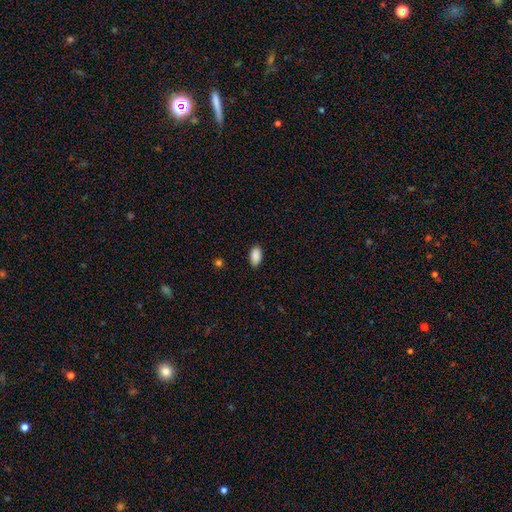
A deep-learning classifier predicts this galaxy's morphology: smooth-or-featured: smooth: 90% | star or artifact: 7% | featured or disk: 3%
  how-rounded: in between: 94% | round: 3% | cigar-shaped: 3%
  merging: none: 87% | minor disturbance: 10% | major disturbance: 2% | merger: 1%